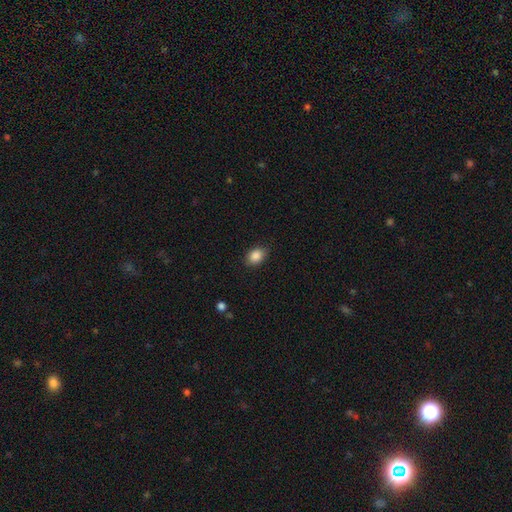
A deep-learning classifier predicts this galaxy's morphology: type=smooth (87%); roundness=in between (74%); merging=none (84%).